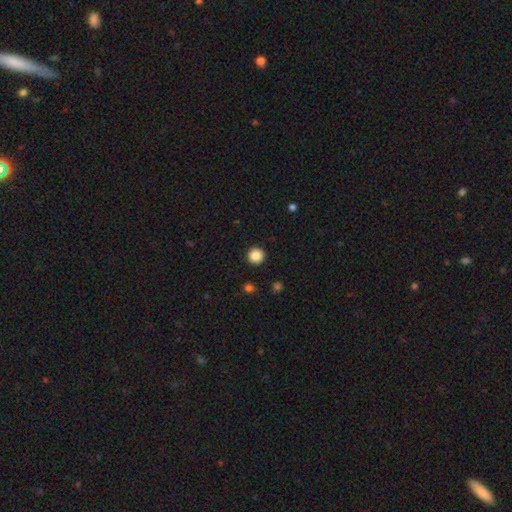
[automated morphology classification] smooth-or-featured: smooth: 87% | star or artifact: 9% | featured or disk: 3%
  how-rounded: round: 96% | in between: 3% | cigar-shaped: 1%
  merging: none: 93% | minor disturbance: 4% | major disturbance: 2% | merger: 1%